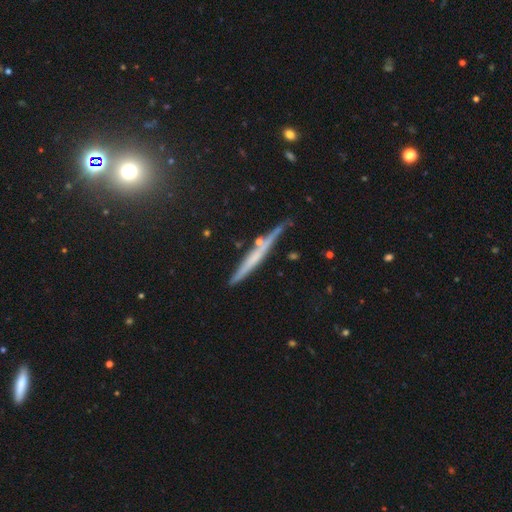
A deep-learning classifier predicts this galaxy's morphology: This appears to be a featured or disk galaxy (57%) viewed edge-on (96%) with no central bulge (73%). Merging: none (80%).